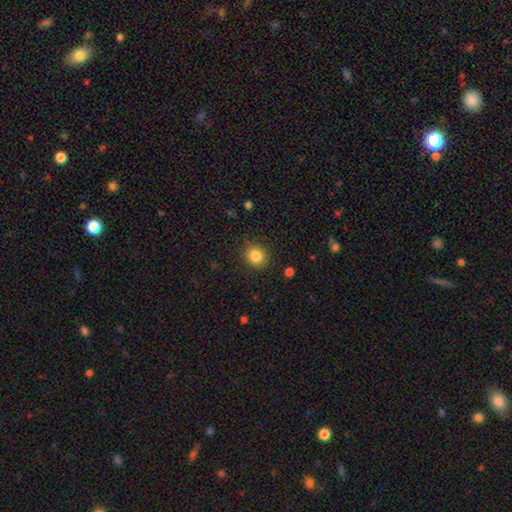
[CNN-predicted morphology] Smooth or featured?
  - smooth: 84% *
  - star or artifact: 11%
  - featured or disk: 5%
How rounded?
  - round: 86% *
  - in between: 13%
  - cigar-shaped: 1%
Merging?
  - none: 89% *
  - minor disturbance: 8%
  - major disturbance: 2%
  - merger: 1%